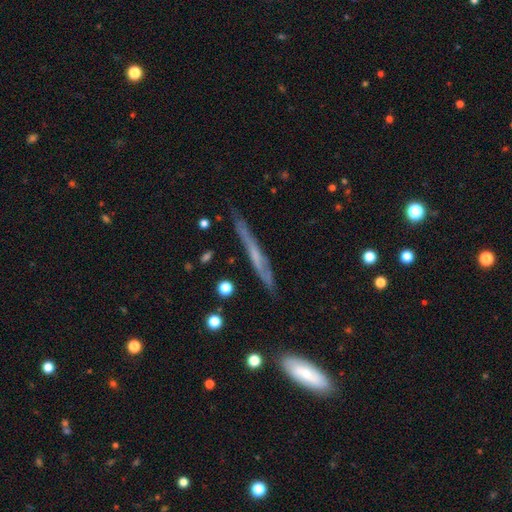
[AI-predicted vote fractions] Smooth or featured?
  - featured or disk: 56% *
  - smooth: 35%
  - star or artifact: 8%
Edge-on disk?
  - yes: 92% *
  - no: 8%
Edge-on bulge?
  - none: 70% *
  - rounded: 22%
  - boxy: 8%
Merging?
  - none: 80% *
  - minor disturbance: 15%
  - major disturbance: 3%
  - merger: 2%